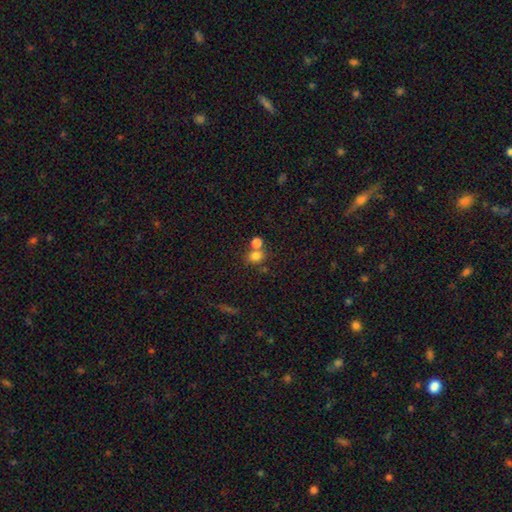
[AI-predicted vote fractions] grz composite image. It shows a smooth galaxy with no disk features (78%) that is round (61%). Merging: none (48%).